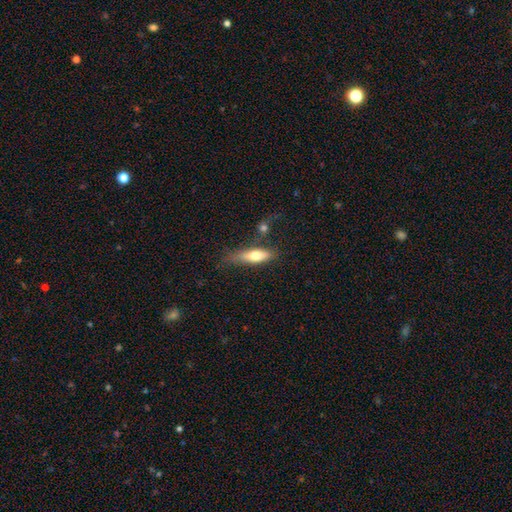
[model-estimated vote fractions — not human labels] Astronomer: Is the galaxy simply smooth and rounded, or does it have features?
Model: smooth — 65%.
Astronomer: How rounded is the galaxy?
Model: cigar-shaped — 49% (runner-up: in between, 48%).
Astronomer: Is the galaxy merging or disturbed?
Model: none — 53%.